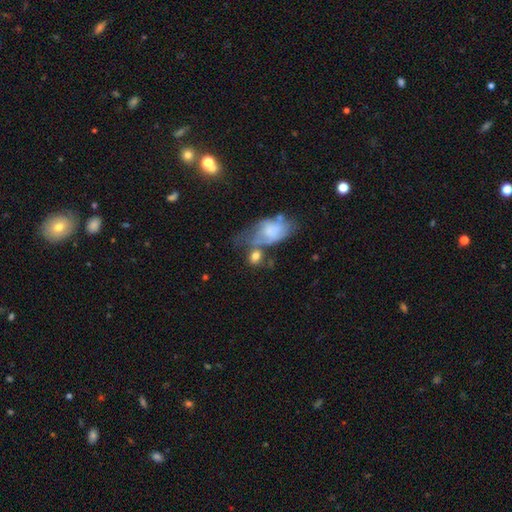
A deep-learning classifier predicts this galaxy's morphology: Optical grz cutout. It shows a smooth galaxy with no disk features (65%) that is in between round and cigar-shaped (59%). Merging: none (34%).